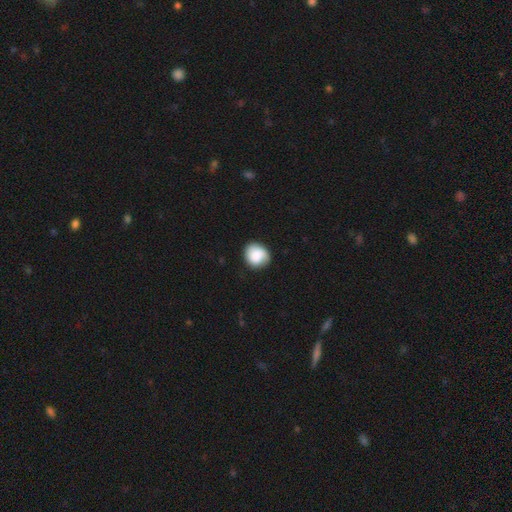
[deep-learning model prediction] smooth_or_featured: smooth (p=0.81) [alt: featured or disk p=0.12]
how_rounded: round (p=0.79) [alt: in between p=0.20]
merging: none (p=0.77) [alt: minor disturbance p=0.18]